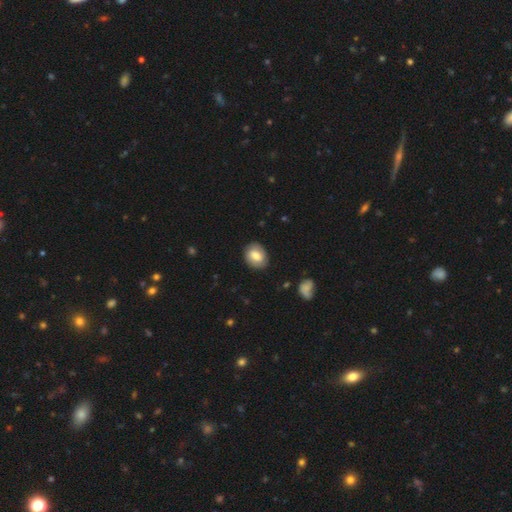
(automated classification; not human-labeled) Smooth or featured: smooth — 71% (featured or disk — 22%)
How rounded: in between — 58% (round — 41%)
Merging: none — 84% (minor disturbance — 12%)